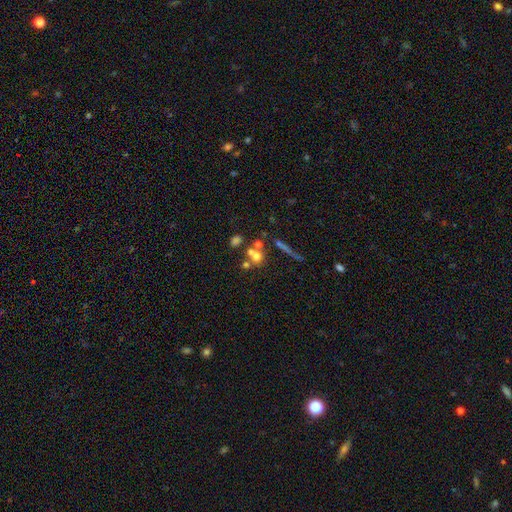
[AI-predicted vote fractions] Smooth or featured? smooth (56%)
How rounded? round (75%)
Merging? merger (48%)